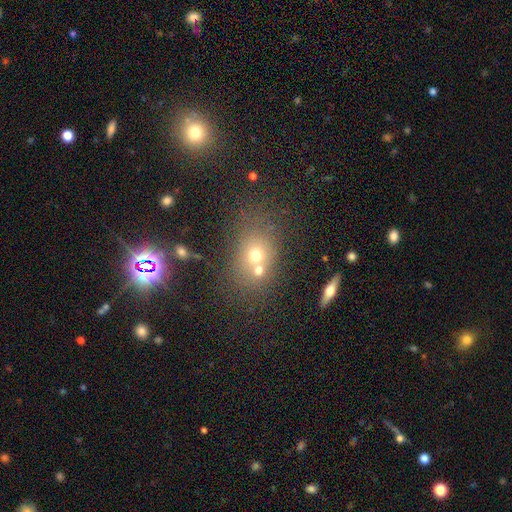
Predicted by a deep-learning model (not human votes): Smooth or featured: smooth — 57% (star or artifact — 22%)
How rounded: round — 50% (in between — 48%)
Merging: none — 47% (merger — 37%)